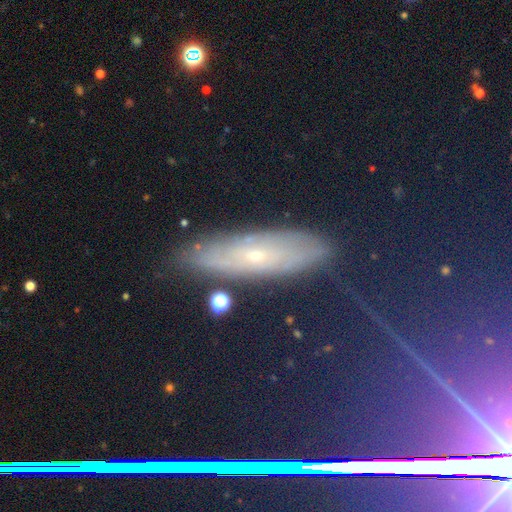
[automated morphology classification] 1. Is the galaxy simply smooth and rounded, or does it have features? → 58% featured or disk, 22% star or artifact, 20% smooth.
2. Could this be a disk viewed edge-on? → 65% no, 35% yes.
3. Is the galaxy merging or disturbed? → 85% none, 11% minor disturbance, 2% major disturbance, 1% merger.